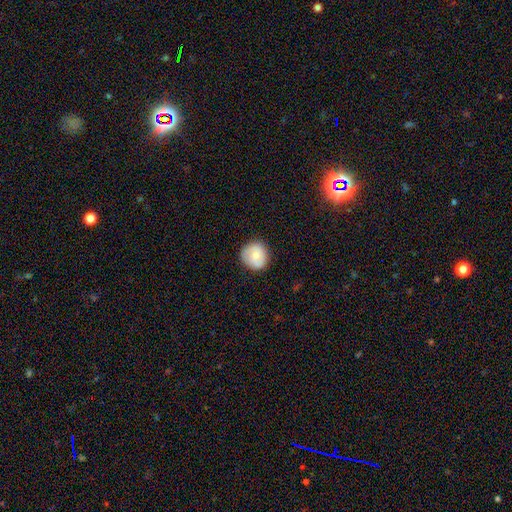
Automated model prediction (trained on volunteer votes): Morphology: type=smooth (73%); roundness=round (90%); merging=none (83%).